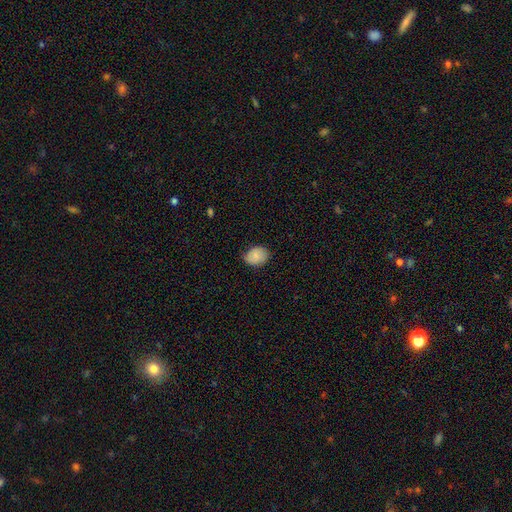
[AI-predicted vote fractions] smooth_or_featured: smooth (p=0.84) [alt: featured or disk p=0.09]
how_rounded: in between (p=0.61) [alt: round p=0.38]
merging: none (p=0.77) [alt: minor disturbance p=0.19]